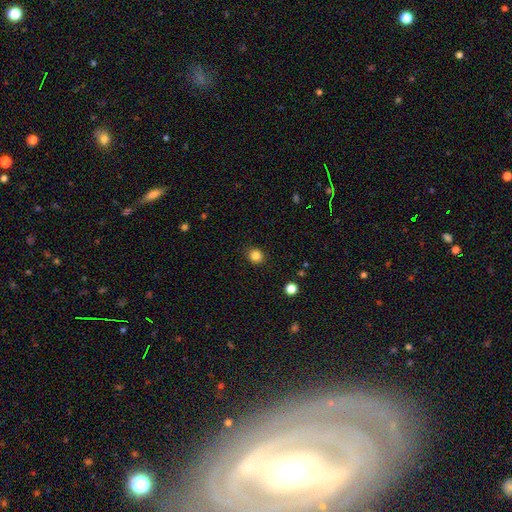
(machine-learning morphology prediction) A smooth galaxy with no disk features (84%) that is round (84%). Merging: none (91%).